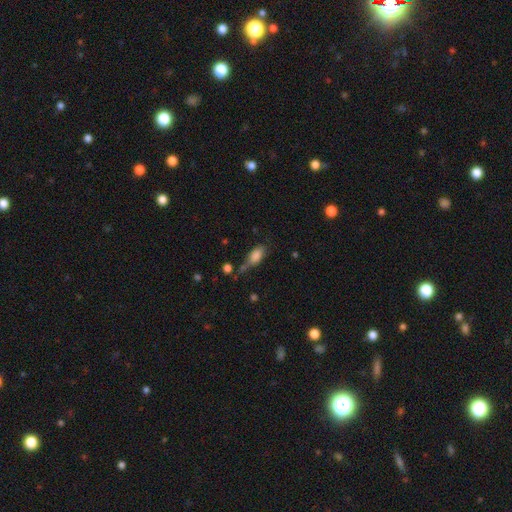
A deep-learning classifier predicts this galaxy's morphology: This appears to be a smooth galaxy with no disk features (81%) that is in between round and cigar-shaped (86%). Merging: none (45%).